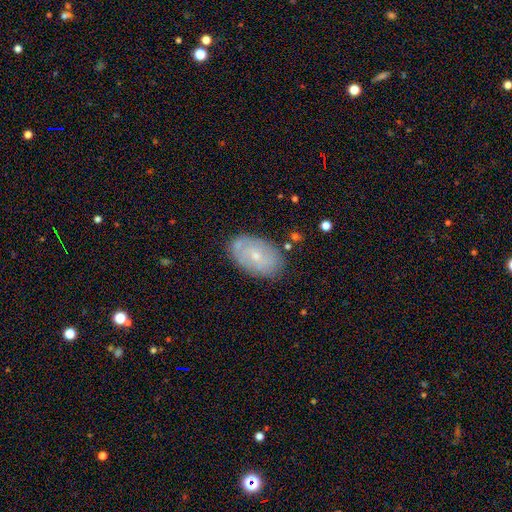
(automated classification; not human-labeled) Smooth or featured? Predicted: featured or disk (p=0.51). Edge-on disk? Predicted: no (p=0.94). Merging? Predicted: none (p=0.79).